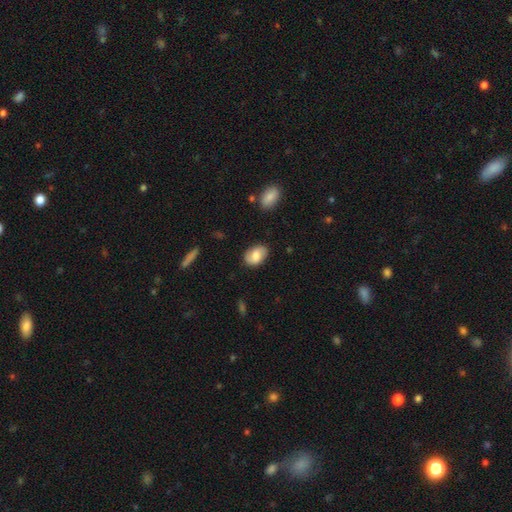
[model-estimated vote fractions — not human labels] Smooth or featured? smooth (68%)
How rounded? in between (86%)
Merging? none (80%)